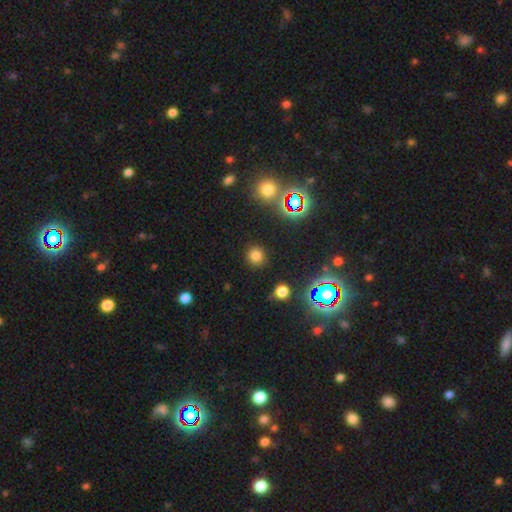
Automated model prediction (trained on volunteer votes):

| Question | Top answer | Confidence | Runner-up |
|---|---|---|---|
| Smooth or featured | smooth | 75% | star or artifact (20%) |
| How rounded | round | 90% | in between (9%) |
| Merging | none | 89% | minor disturbance (7%) |